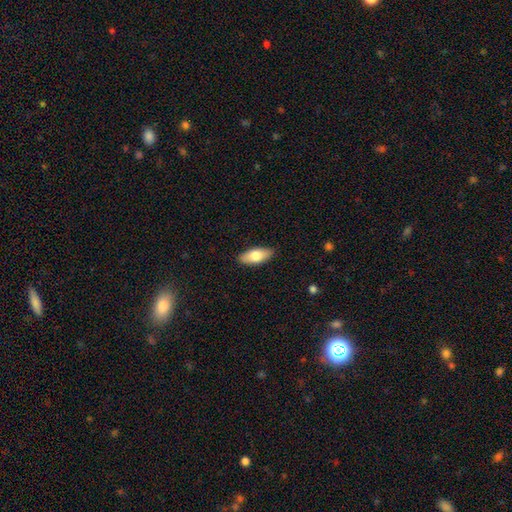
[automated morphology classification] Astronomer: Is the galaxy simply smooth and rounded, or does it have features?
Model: smooth — 76%.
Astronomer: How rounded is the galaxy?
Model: in between — 83%.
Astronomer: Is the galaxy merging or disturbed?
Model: none — 88%.